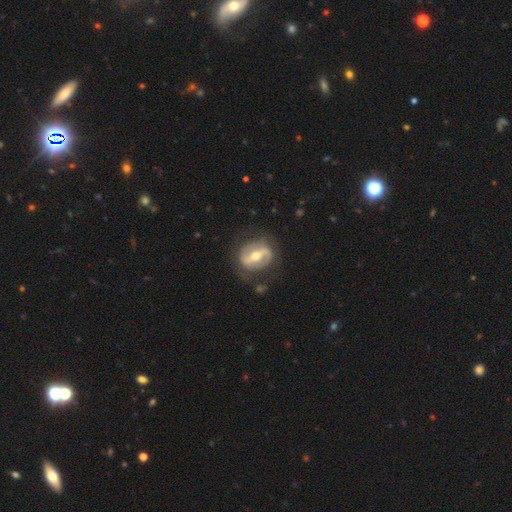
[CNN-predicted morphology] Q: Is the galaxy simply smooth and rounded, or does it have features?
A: featured or disk — 80%.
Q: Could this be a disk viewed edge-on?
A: no — 94%.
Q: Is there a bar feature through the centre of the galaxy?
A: strong — 62%.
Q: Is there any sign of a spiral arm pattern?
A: yes — 73%.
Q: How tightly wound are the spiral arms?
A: medium — 42%.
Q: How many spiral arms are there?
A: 2 — 84%.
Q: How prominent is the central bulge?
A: moderate — 72%.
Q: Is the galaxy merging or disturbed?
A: none — 75%.